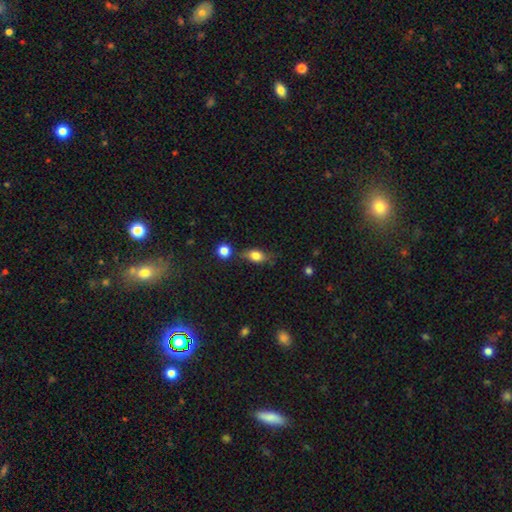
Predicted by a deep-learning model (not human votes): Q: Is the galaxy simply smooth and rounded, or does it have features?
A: smooth — 79%.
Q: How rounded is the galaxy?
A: in between — 78%.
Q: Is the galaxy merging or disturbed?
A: none — 63%.